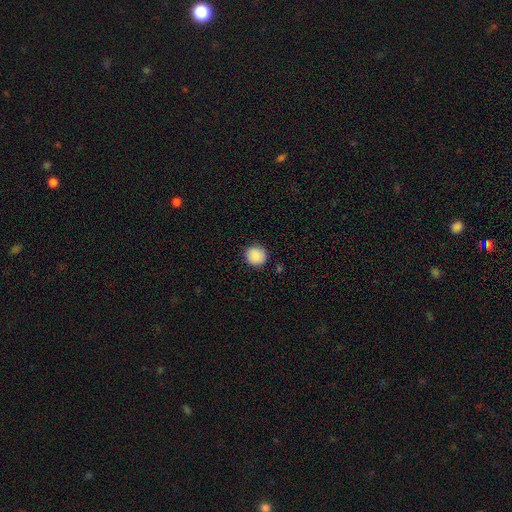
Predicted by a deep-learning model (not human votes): A smooth galaxy with no disk features (88%) that is round (90%). Merging: none (88%).